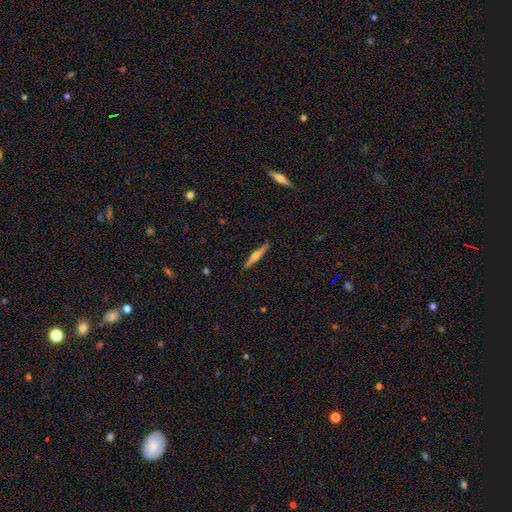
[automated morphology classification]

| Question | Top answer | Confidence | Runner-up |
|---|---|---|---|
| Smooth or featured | featured or disk | 60% | smooth (34%) |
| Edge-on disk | yes | 97% | no (3%) |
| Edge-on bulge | rounded | 85% | none (10%) |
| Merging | none | 91% | minor disturbance (6%) |